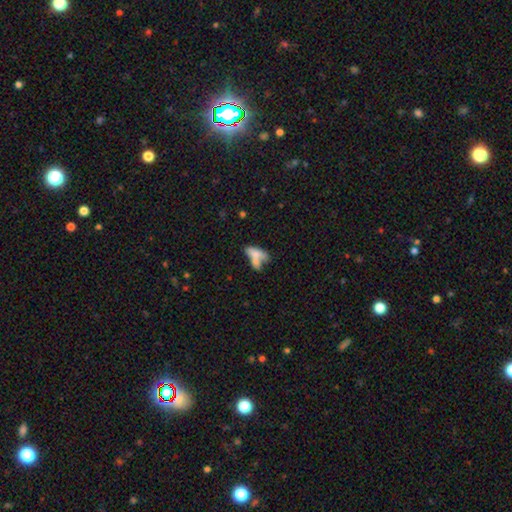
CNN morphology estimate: Smooth or featured? Predicted: smooth (p=0.69). How rounded? Predicted: in between (p=0.72). Merging? Predicted: merger (p=0.55).